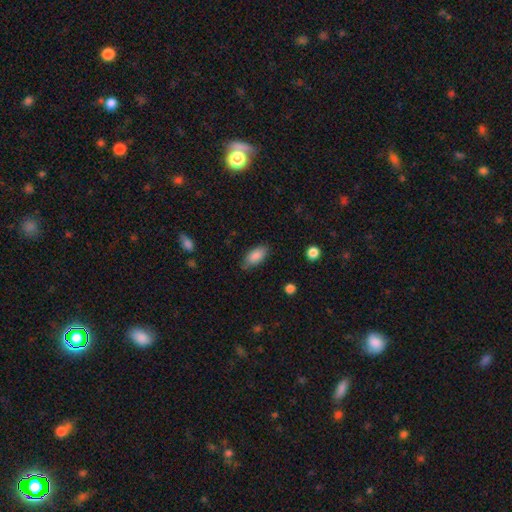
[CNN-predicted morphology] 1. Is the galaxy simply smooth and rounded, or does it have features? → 86% smooth, 7% star or artifact, 7% featured or disk.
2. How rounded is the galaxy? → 89% in between, 8% cigar-shaped, 3% round.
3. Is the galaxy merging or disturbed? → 78% none, 17% minor disturbance, 4% major disturbance, 1% merger.